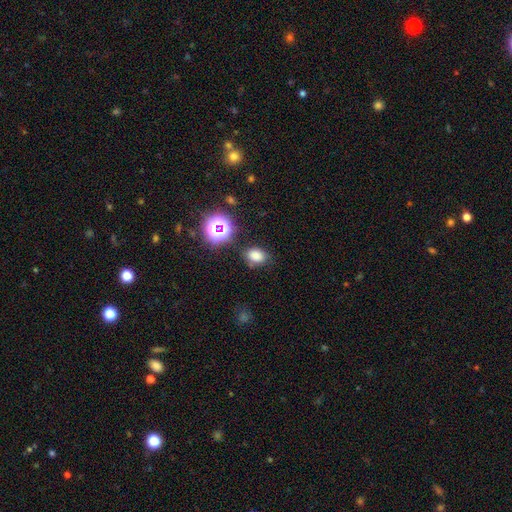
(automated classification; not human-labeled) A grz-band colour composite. It shows a smooth galaxy with no disk features (76%) that is in between round and cigar-shaped (69%). Merging: none (74%).